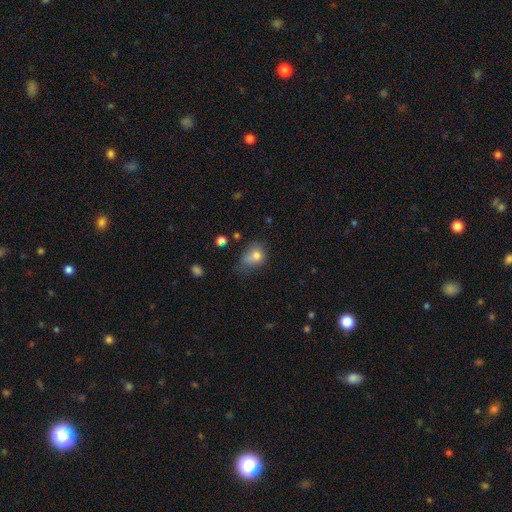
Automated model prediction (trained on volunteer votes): The model was most divided on "merging": minor disturbance: 36%, none: 32%, major disturbance: 23%, merger: 9%. More confident: smooth or featured — smooth (75%); how rounded — in between (55%).